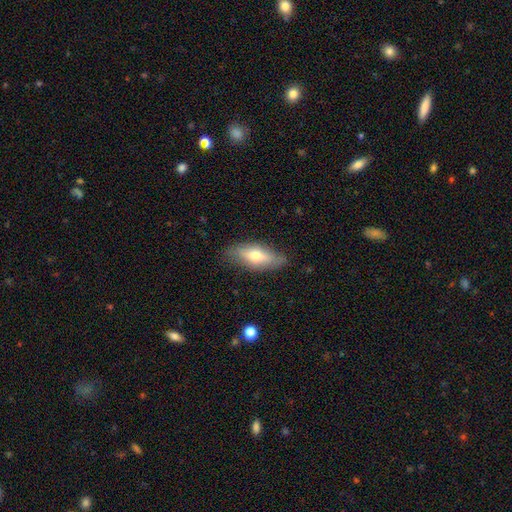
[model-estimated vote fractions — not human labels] smooth_or_featured: smooth (p=0.57) [alt: featured or disk p=0.36]
how_rounded: in between (p=0.68) [alt: cigar-shaped p=0.29]
merging: none (p=0.80) [alt: minor disturbance p=0.16]